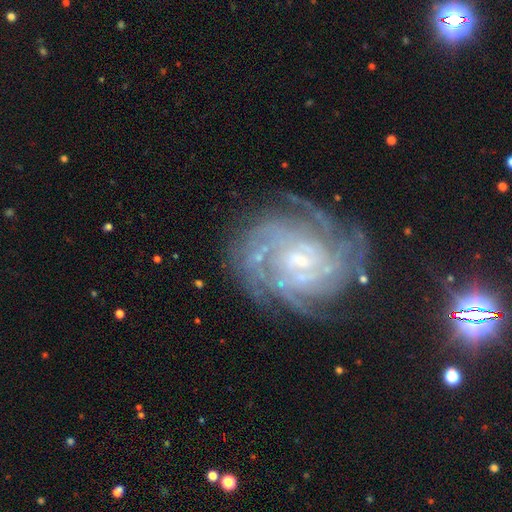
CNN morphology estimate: smooth_or_featured: featured or disk (p=0.87) [alt: star or artifact p=0.07]
disk_edge_on: no (p=0.98) [alt: yes p=0.02]
bar: weak (p=0.46) [alt: no p=0.41]
has_spiral_arms: yes (p=0.97) [alt: no p=0.03]
spiral_winding: tight (p=0.71) [alt: medium p=0.24]
spiral_arm_count: can't tell (p=0.27) [alt: 4 p=0.23]
bulge_size: small (p=0.59) [alt: moderate p=0.29]
merging: none (p=0.73) [alt: minor disturbance p=0.16]